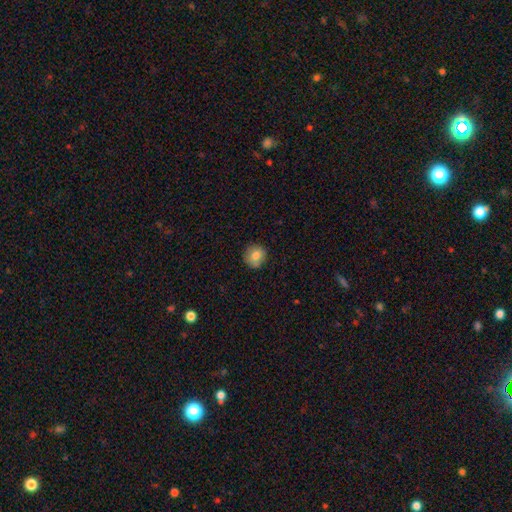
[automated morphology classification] A smooth galaxy with no disk features (81%) that is round (90%).

Vote fractions:
- Smooth or featured? smooth: 81% / featured or disk: 10% / star or artifact: 9%
- How rounded? round: 90% / in between: 9% / cigar-shaped: 1%
- Merging? none: 83% / minor disturbance: 13% / major disturbance: 3% / merger: 1%